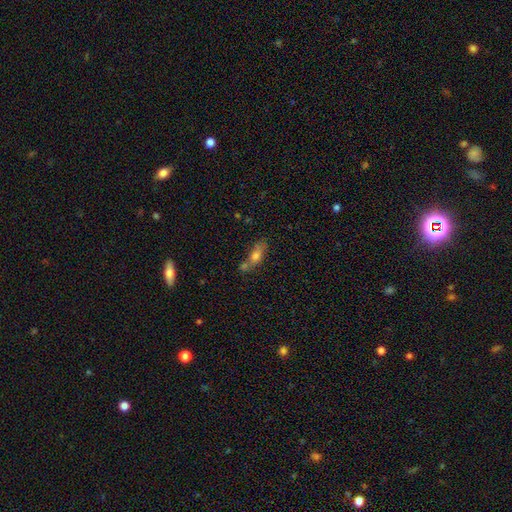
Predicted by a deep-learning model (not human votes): The model was most divided on "merging": none: 43%, merger: 35%, minor disturbance: 17%, major disturbance: 6%. More confident: smooth or featured — smooth (69%); how rounded — in between (68%).